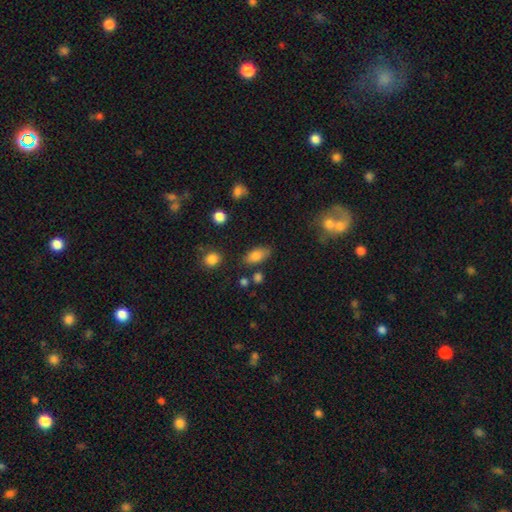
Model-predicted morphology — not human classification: Smooth or featured?
  - smooth: 80% *
  - featured or disk: 11%
  - star or artifact: 9%
How rounded?
  - in between: 87% *
  - cigar-shaped: 8%
  - round: 5%
Merging?
  - none: 77% *
  - minor disturbance: 14%
  - merger: 5%
  - major disturbance: 4%